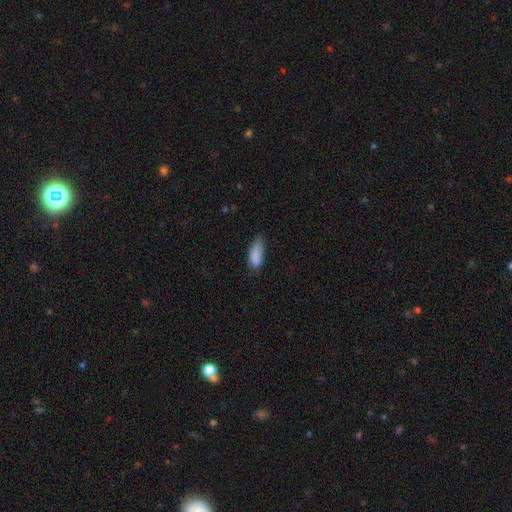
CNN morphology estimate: Overall: smooth (86%). How rounded: in between (80%). Merging: none (53%; minor disturbance 36%).